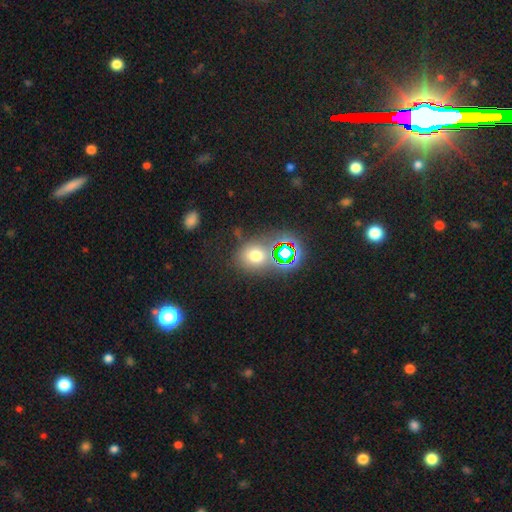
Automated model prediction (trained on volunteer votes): A smooth galaxy with no disk features (60%) that is round (67%).

Vote fractions:
- Smooth or featured? smooth: 60% / star or artifact: 30% / featured or disk: 10%
- How rounded? round: 67% / in between: 31% / cigar-shaped: 1%
- Merging? none: 68% / minor disturbance: 14% / merger: 12% / major disturbance: 6%